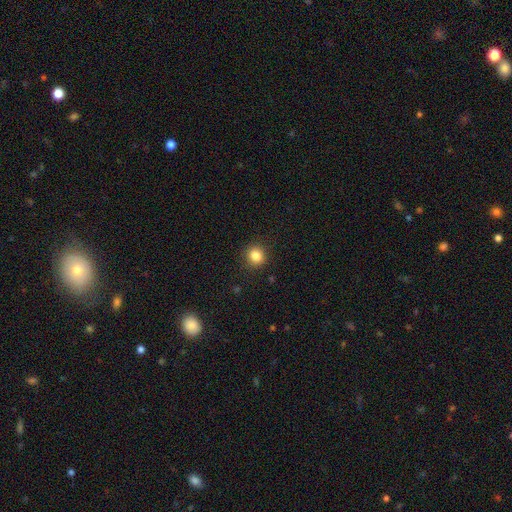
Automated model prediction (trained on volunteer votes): This is clearly a smooth galaxy (84%). How rounded: clearly round (87%). Merging: clearly none (91%).